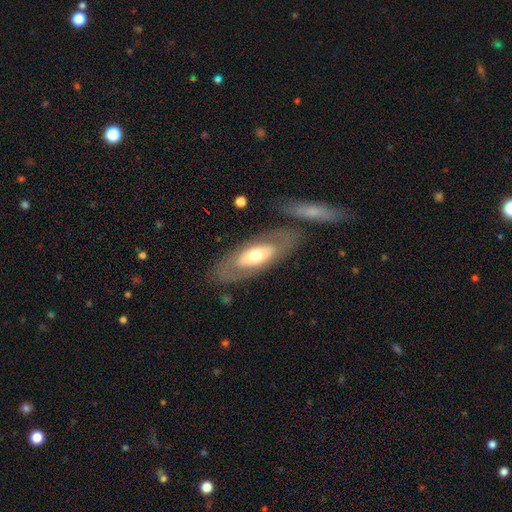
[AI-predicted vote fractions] Overall: featured or disk (52%; smooth 42%). Edge-on disk: no (79%). Merging: none (78%).